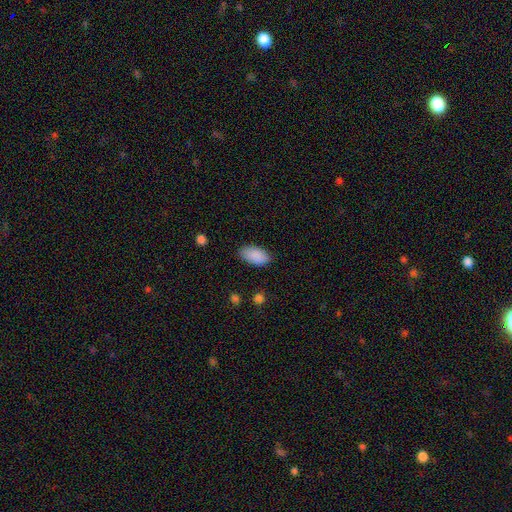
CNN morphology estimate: smooth 90%, star or artifact 7%, featured or disk 4%. Down the decision tree: how rounded — in between (95%); merging — none (83%).